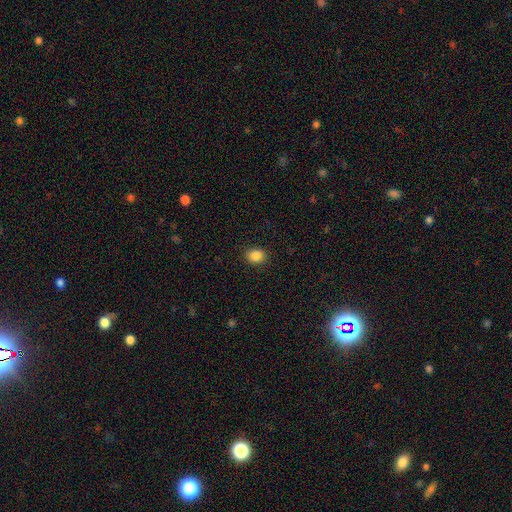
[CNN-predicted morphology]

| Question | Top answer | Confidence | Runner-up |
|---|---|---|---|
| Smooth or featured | smooth | 87% | star or artifact (10%) |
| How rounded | round | 54% | in between (45%) |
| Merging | none | 90% | minor disturbance (7%) |